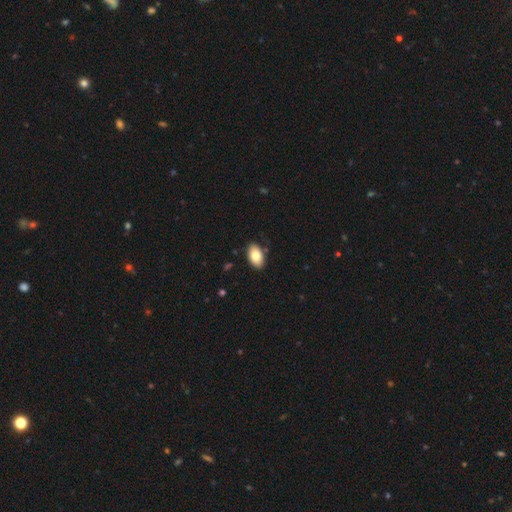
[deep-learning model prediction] A smooth galaxy with no disk features (80%) that is in between round and cigar-shaped (93%).

Vote fractions:
- Smooth or featured? smooth: 80% / featured or disk: 13% / star or artifact: 7%
- How rounded? in between: 93% / round: 5% / cigar-shaped: 1%
- Merging? none: 86% / minor disturbance: 10% / major disturbance: 2% / merger: 2%